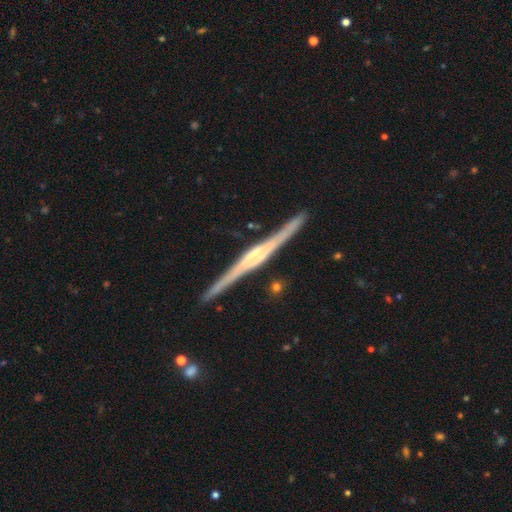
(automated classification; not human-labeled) Smooth or featured?
  - featured or disk: 86% *
  - smooth: 9%
  - star or artifact: 5%
Edge-on disk?
  - yes: 98% *
  - no: 2%
Edge-on bulge?
  - boxy: 48% *
  - rounded: 38%
  - none: 14%
Merging?
  - none: 89% *
  - minor disturbance: 8%
  - major disturbance: 2%
  - merger: 1%